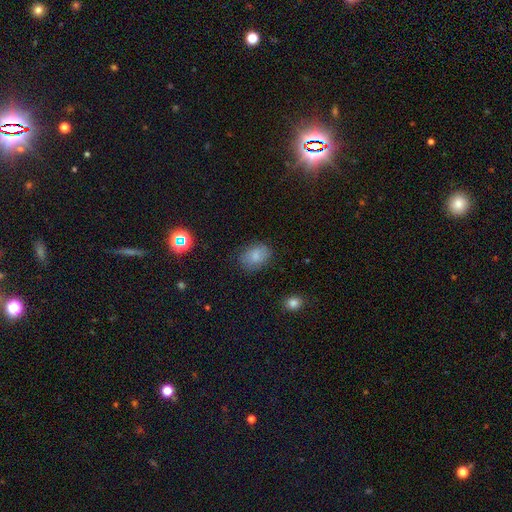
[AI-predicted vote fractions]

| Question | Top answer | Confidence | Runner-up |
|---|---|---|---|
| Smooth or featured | smooth | 77% | featured or disk (13%) |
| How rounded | in between | 80% | round (19%) |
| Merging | none | 75% | minor disturbance (18%) |